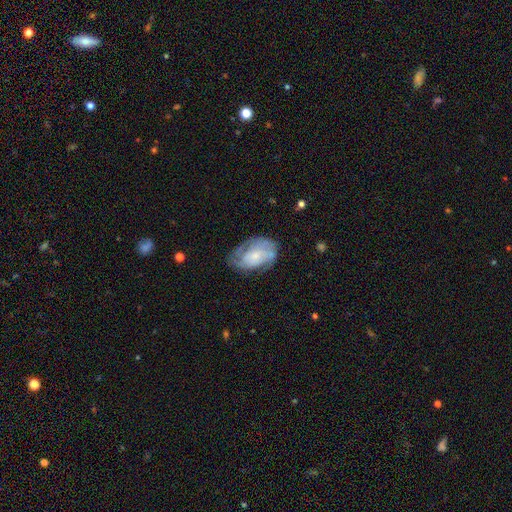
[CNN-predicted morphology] This is likely a featured or disk galaxy (64%). It is clearly not viewed edge-on (96%). Bar: likely no (74%). Spiral arm pattern: likely yes (77%). Central bulge: likely small (61%). Merging: possibly none (56%).